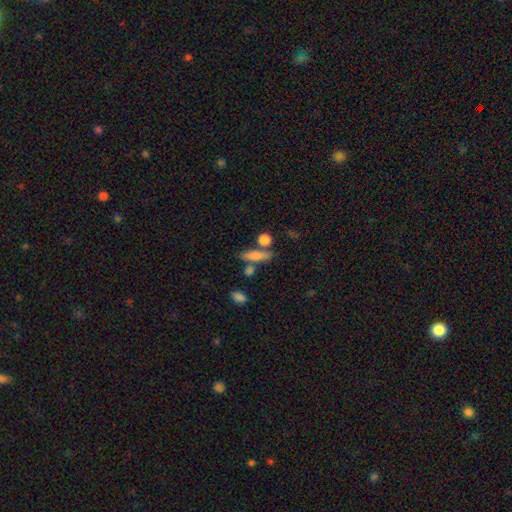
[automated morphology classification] Smooth or featured: smooth — 73% (featured or disk — 18%)
How rounded: cigar-shaped — 56% (in between — 36%)
Merging: none — 65% (merger — 17%)